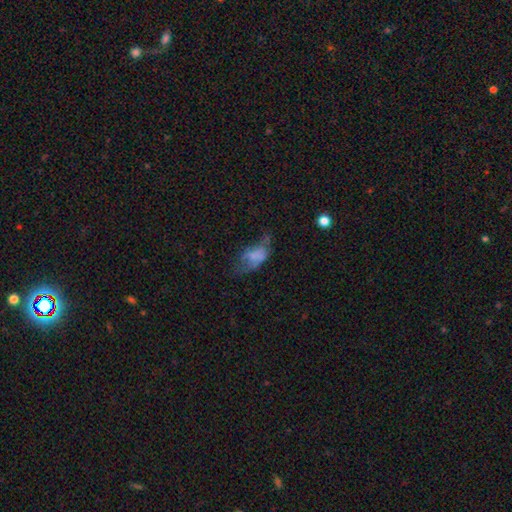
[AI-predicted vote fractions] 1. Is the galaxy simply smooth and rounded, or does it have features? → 56% smooth, 32% featured or disk, 12% star or artifact.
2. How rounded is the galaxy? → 91% in between, 5% round, 4% cigar-shaped.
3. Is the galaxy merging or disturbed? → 42% major disturbance, 26% minor disturbance, 25% none, 7% merger.